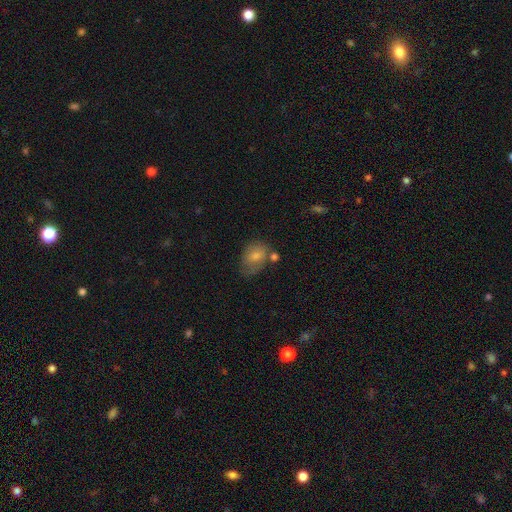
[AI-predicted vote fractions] This appears to be a smooth galaxy with no disk features (63%) that is in between round and cigar-shaped (68%). Merging: none (54%).